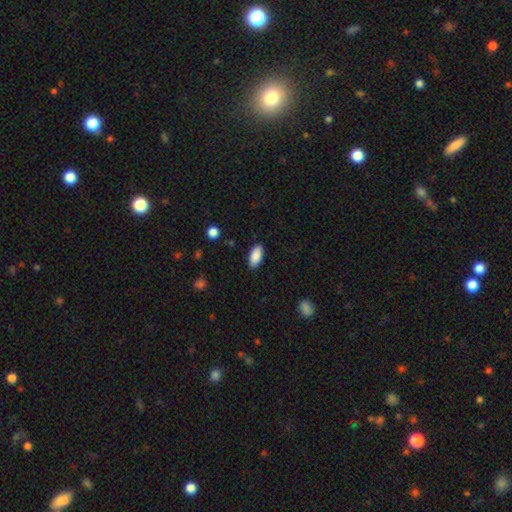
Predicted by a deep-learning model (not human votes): A smooth galaxy with no disk features (90%) that is in between round and cigar-shaped (90%).

Vote fractions:
- Smooth or featured? smooth: 90% / star or artifact: 7% / featured or disk: 4%
- How rounded? in between: 90% / cigar-shaped: 8% / round: 2%
- Merging? none: 88% / minor disturbance: 9% / major disturbance: 2% / merger: 1%